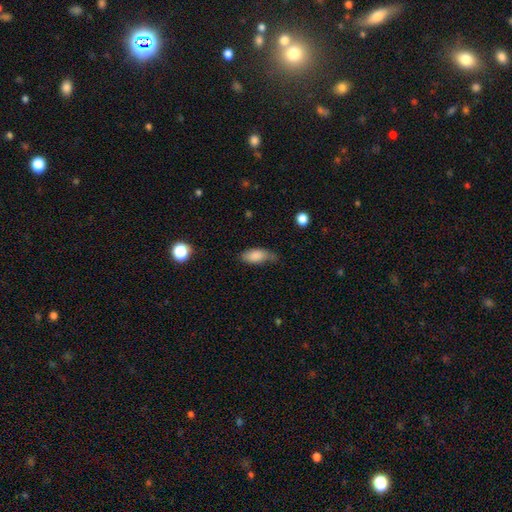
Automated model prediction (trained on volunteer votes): Q: Smooth or featured?
A: smooth (85%); runner-up: featured or disk (8%)
Q: How rounded?
A: in between (88%); runner-up: cigar-shaped (9%)
Q: Merging?
A: none (50%); runner-up: minor disturbance (37%)